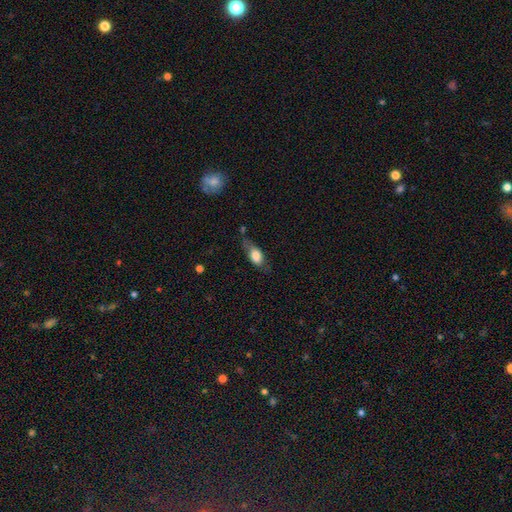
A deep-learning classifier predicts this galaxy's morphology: Smooth or featured?
  - smooth: 70% *
  - featured or disk: 22%
  - star or artifact: 7%
How rounded?
  - in between: 81% *
  - cigar-shaped: 12%
  - round: 6%
Merging?
  - none: 53% *
  - minor disturbance: 30%
  - major disturbance: 14%
  - merger: 4%